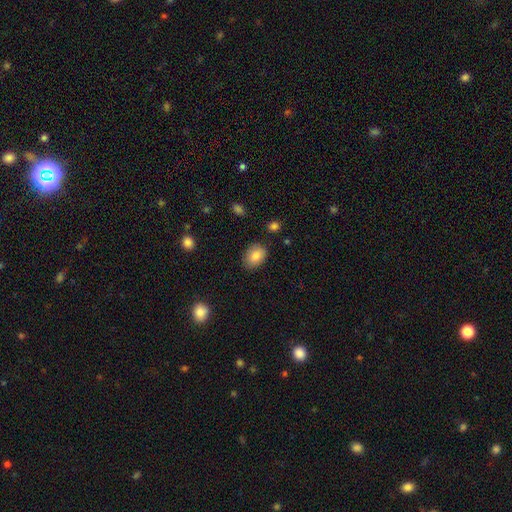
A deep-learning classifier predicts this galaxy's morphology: Q: Smooth or featured?
A: smooth (85%); runner-up: star or artifact (8%)
Q: How rounded?
A: in between (78%); runner-up: round (21%)
Q: Merging?
A: none (81%); runner-up: minor disturbance (14%)